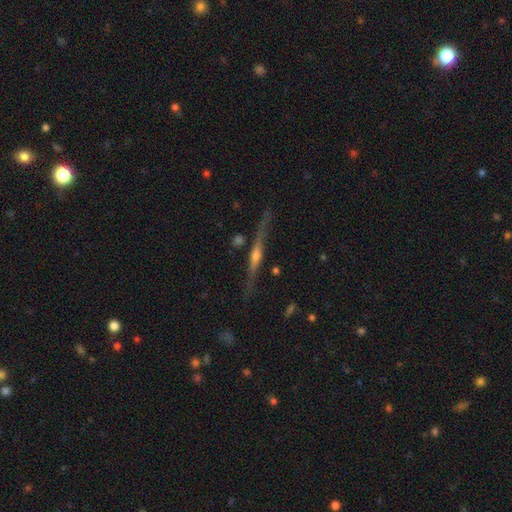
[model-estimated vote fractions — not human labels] Smooth or featured? Predicted: featured or disk (p=0.79). Edge-on disk? Predicted: yes (p=0.97). Edge-on bulge? Predicted: rounded (p=0.80). Merging? Predicted: none (p=0.82).